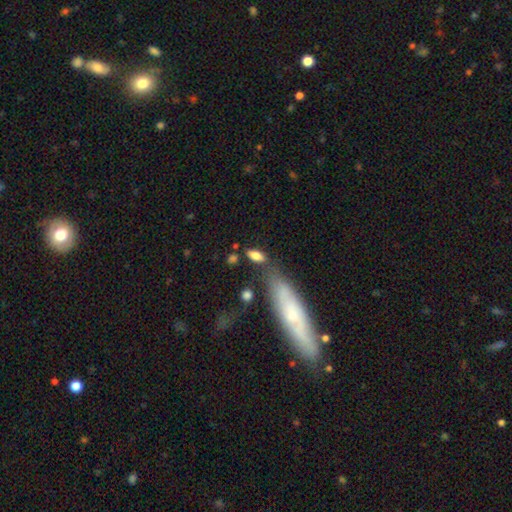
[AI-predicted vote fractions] This appears to be a smooth galaxy with no disk features (80%) that is in between round and cigar-shaped (83%). Merging: none (64%).